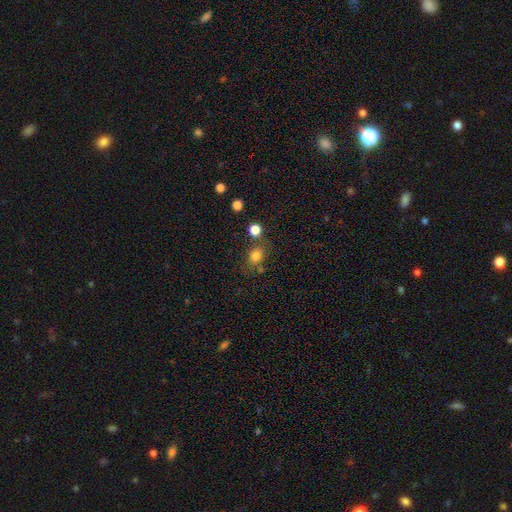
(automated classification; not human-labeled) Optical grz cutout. It shows a smooth galaxy with no disk features (80%) that is round (58%). Merging: none (69%).